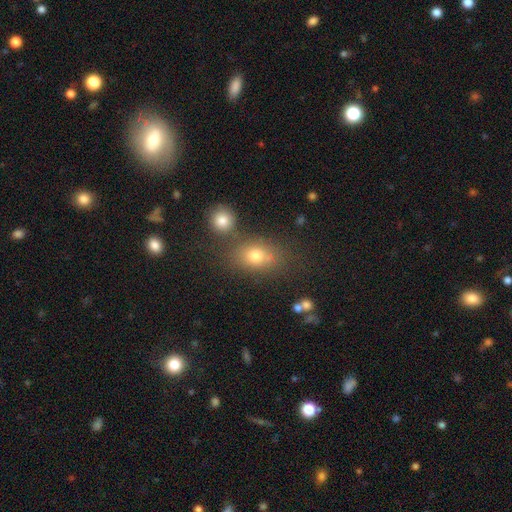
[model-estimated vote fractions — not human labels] A smooth galaxy with no disk features (74%) that is in between round and cigar-shaped (67%). Merging: none (63%).